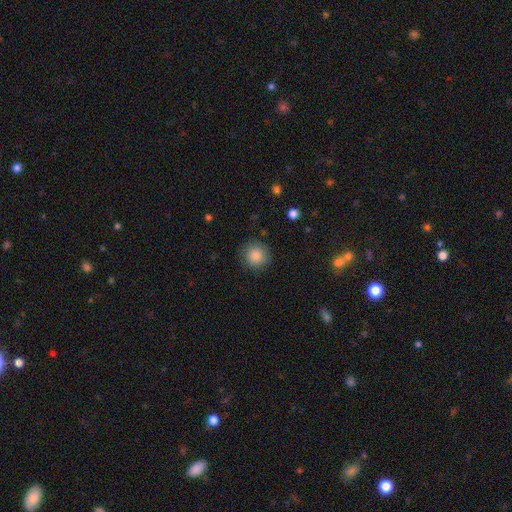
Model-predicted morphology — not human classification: type=smooth (86%); roundness=round (92%); merging=none (86%).